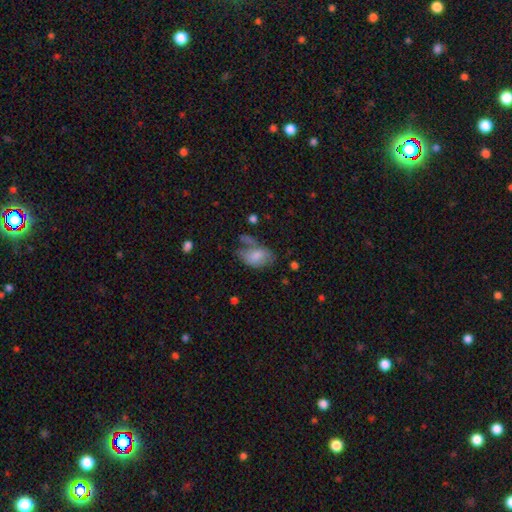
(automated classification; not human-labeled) smooth 70%, featured or disk 22%, star or artifact 8%. Down the decision tree: how rounded — in between (89%); merging — none (33%).